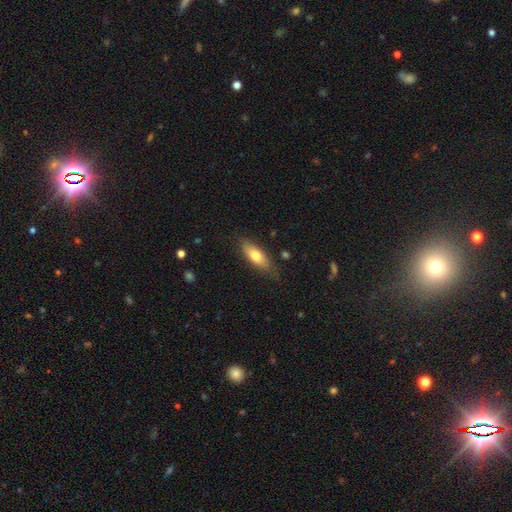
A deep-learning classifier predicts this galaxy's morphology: Smooth or featured? smooth (71%)
How rounded? in between (67%)
Merging? none (76%)